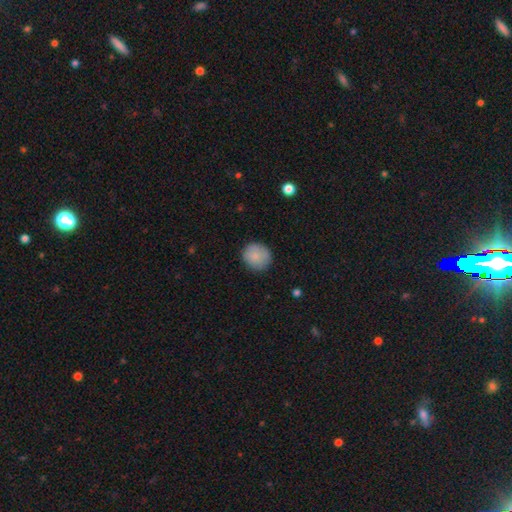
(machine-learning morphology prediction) Smooth or featured? smooth (84%)
How rounded? round (87%)
Merging? none (85%)